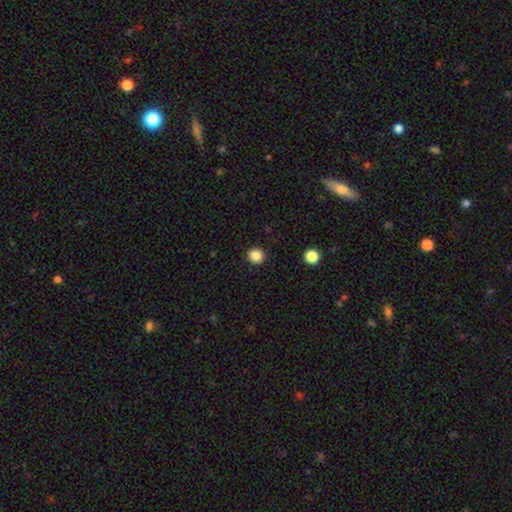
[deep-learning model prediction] smooth_or_featured: smooth (p=0.86) [alt: star or artifact p=0.11]
how_rounded: round (p=0.93) [alt: in between p=0.06]
merging: none (p=0.93) [alt: minor disturbance p=0.05]